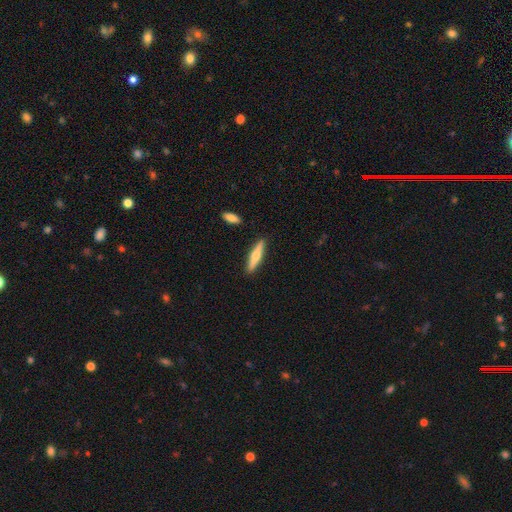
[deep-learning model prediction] A featured or disk galaxy (48%).

Vote fractions:
- Smooth or featured? featured or disk: 48% / smooth: 47% / star or artifact: 6%
- Merging? none: 89% / minor disturbance: 7% / merger: 2% / major disturbance: 2%